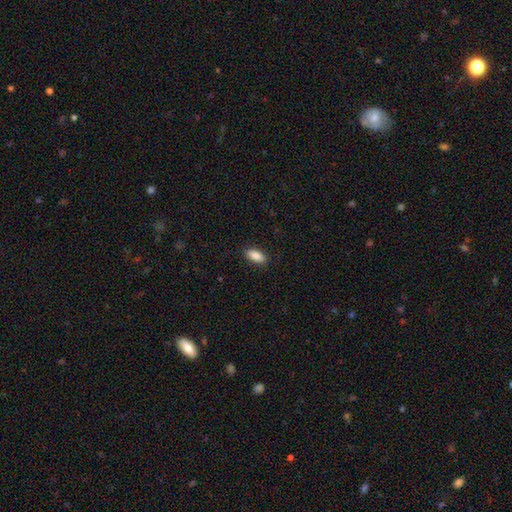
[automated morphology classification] smooth 88%, star or artifact 7%, featured or disk 5%. Down the decision tree: how rounded — in between (87%); merging — none (88%).